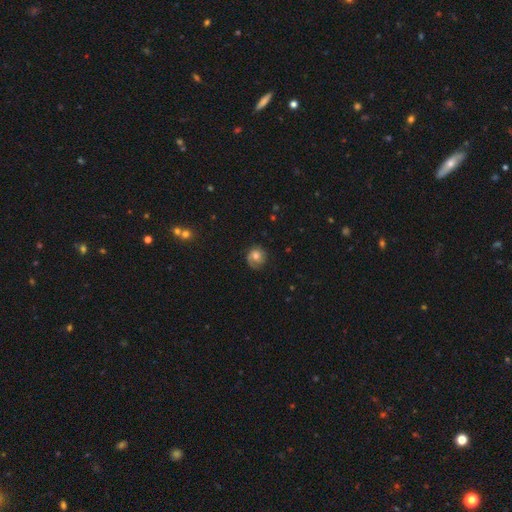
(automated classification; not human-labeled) Smooth or featured? smooth (49%)
Merging? none (72%)